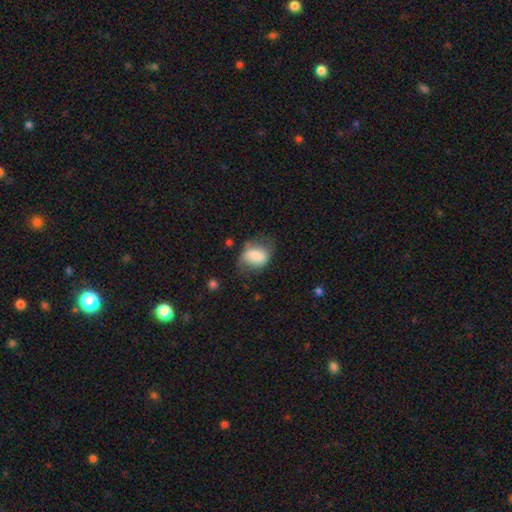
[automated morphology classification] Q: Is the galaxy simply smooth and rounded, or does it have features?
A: smooth — 71%.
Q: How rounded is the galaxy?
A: in between — 68%.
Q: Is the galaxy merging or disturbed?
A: none — 45%.